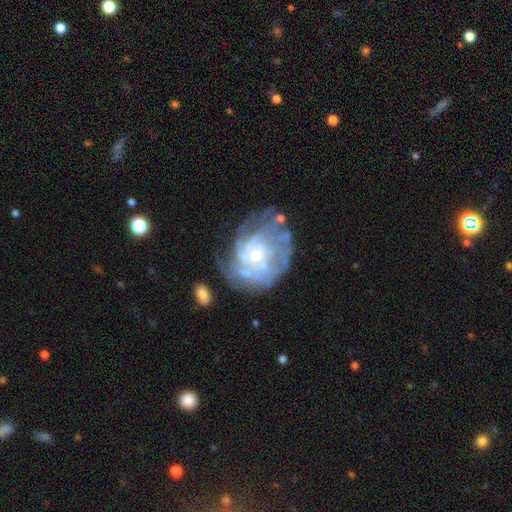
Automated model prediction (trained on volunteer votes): featured or disk 78%, smooth 14%, star or artifact 8%. Down the decision tree: edge-on disk — no (97%); bar — no (81%); spiral arms — yes (77%); spiral arm count — can't tell (48%); spiral winding — tight (58%); bulge size — small (64%); merging — none (52%).